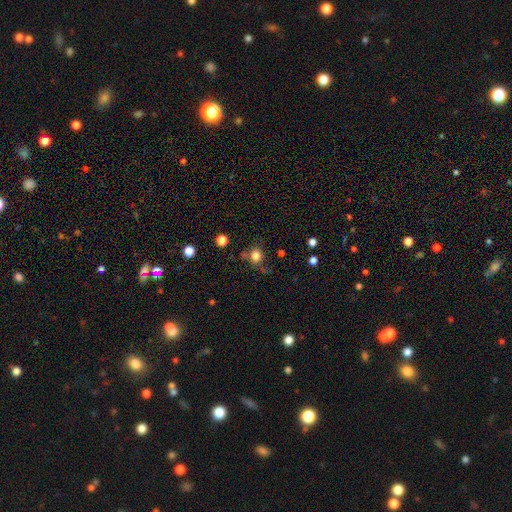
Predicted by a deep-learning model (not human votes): Morphology: type=smooth (78%); roundness=round (83%); merging=none (66%).